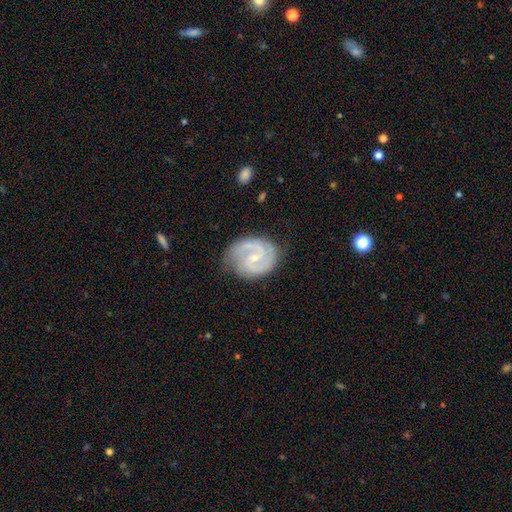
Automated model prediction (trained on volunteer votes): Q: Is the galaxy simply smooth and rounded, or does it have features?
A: featured or disk — 89%.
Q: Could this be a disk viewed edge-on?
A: no — 98%.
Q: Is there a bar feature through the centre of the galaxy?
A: no — 47%.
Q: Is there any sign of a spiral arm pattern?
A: yes — 97%.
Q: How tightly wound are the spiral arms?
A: medium — 49%.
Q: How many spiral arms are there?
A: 2 — 86%.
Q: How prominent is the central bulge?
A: small — 68%.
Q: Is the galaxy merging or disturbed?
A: none — 75%.